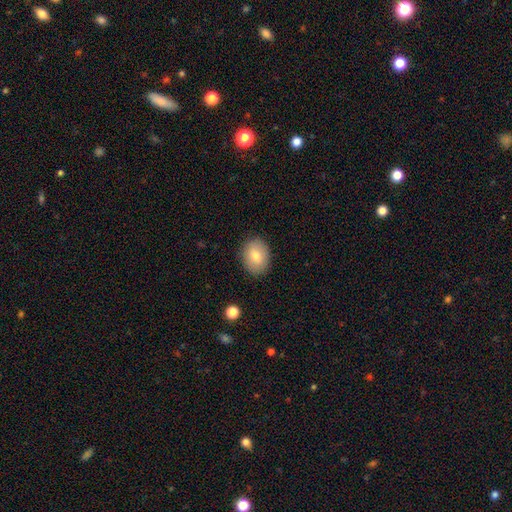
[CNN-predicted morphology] Smooth or featured: smooth — 76% (featured or disk — 16%)
How rounded: in between — 67% (round — 32%)
Merging: none — 87% (minor disturbance — 10%)